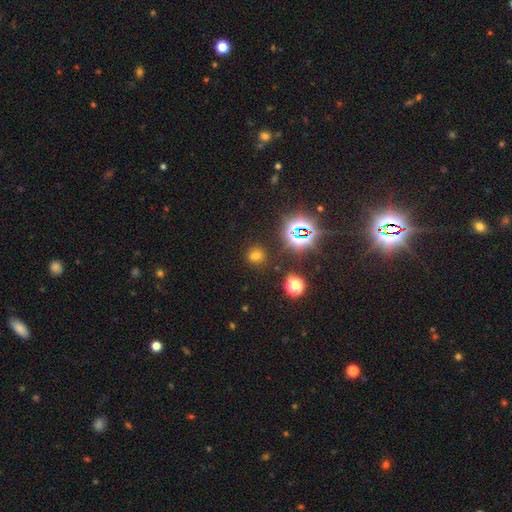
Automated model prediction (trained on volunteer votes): Overall: smooth (58%; star or artifact 36%). How rounded: round (76%). Merging: none (82%).